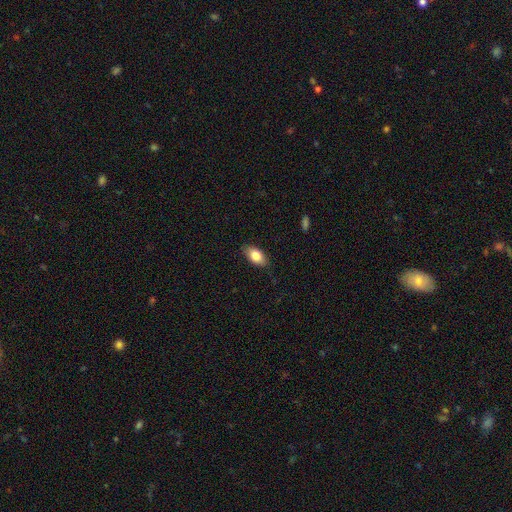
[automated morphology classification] type=smooth (82%); roundness=in between (91%); merging=none (82%).